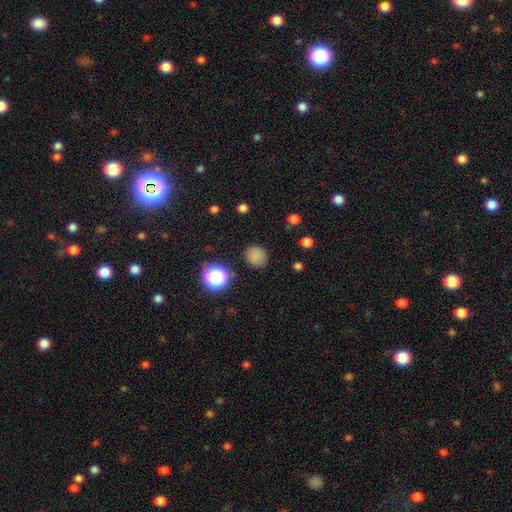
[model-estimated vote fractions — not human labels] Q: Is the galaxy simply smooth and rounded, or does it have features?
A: smooth — 80%.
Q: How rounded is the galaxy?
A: round — 86%.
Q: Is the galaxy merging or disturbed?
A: none — 85%.